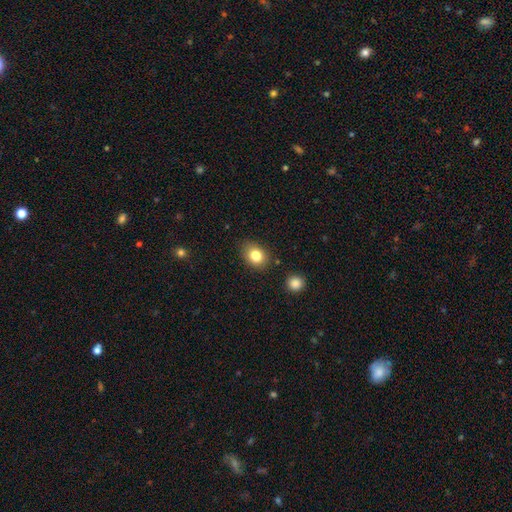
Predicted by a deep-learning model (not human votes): A smooth galaxy with no disk features (82%) that is in between round and cigar-shaped (57%). Merging: none (82%).